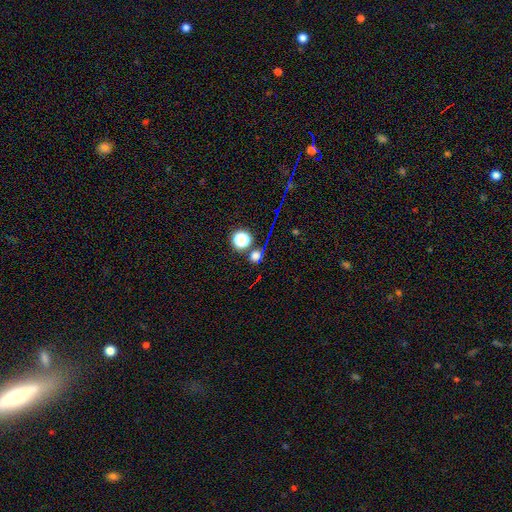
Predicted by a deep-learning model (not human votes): Smooth or featured?
  - smooth: 56% *
  - star or artifact: 36%
  - featured or disk: 8%
How rounded?
  - round: 90% *
  - in between: 9%
  - cigar-shaped: 2%
Merging?
  - none: 74% *
  - merger: 12%
  - minor disturbance: 9%
  - major disturbance: 5%